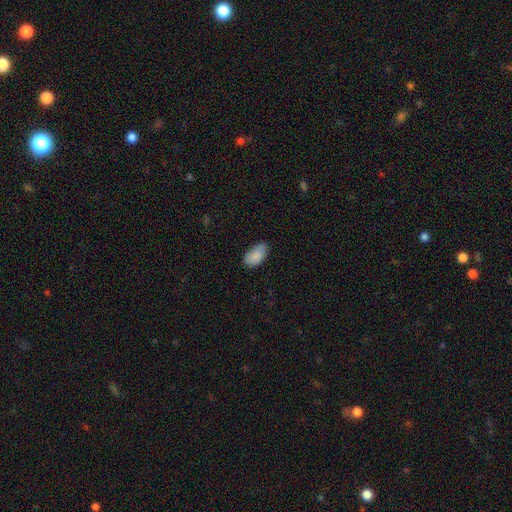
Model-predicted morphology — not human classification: smooth 85%, featured or disk 8%, star or artifact 7%. Down the decision tree: how rounded — in between (94%); merging — none (66%).